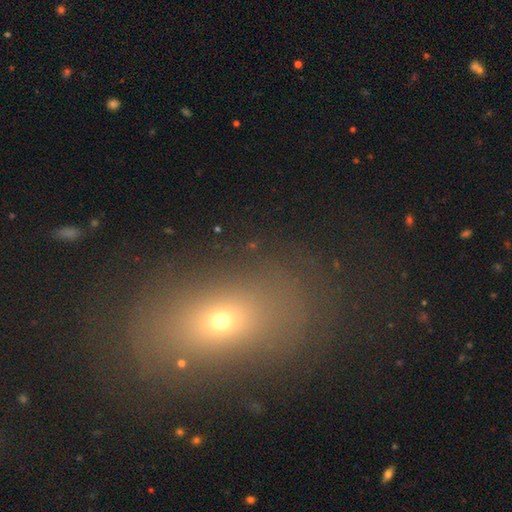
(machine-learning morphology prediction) Smooth or featured? Predicted: smooth (p=0.55). How rounded? Predicted: in between (p=0.64). Merging? Predicted: none (p=0.74).